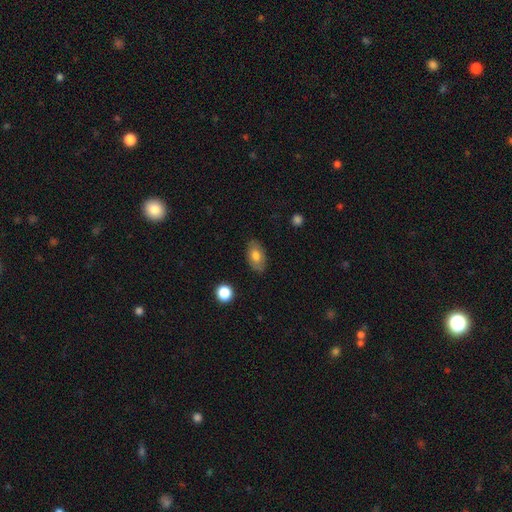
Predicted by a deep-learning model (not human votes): Overall: smooth (73%). How rounded: in between (91%). Merging: none (82%).